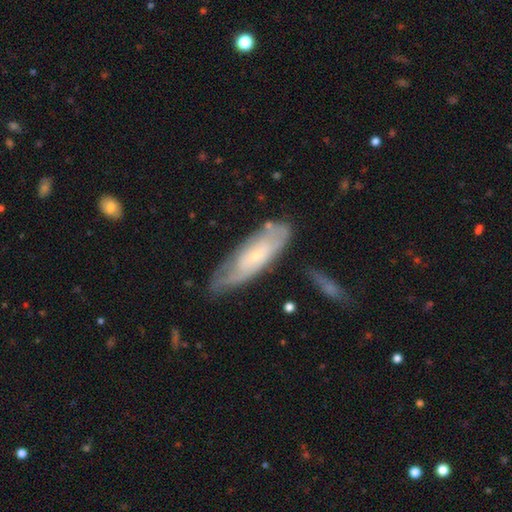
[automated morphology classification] The model was most divided on "smooth or featured": featured or disk: 59%, smooth: 35%, star or artifact: 6%. More confident: edge-on disk — no (78%); merging — none (63%).